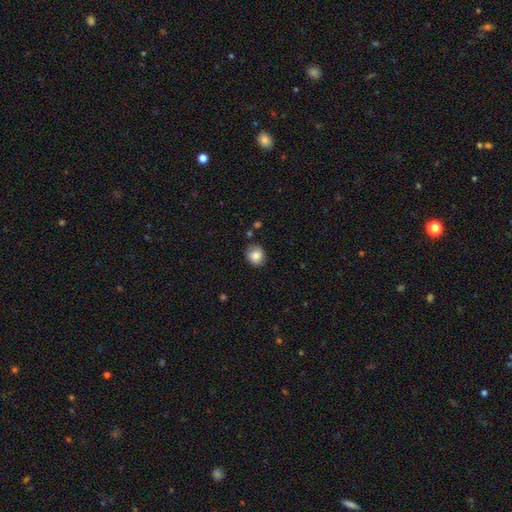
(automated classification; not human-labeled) smooth-or-featured: smooth: 80% | featured or disk: 12% | star or artifact: 9%
  how-rounded: round: 68% | in between: 31% | cigar-shaped: 1%
  merging: none: 79% | minor disturbance: 15% | major disturbance: 3% | merger: 3%